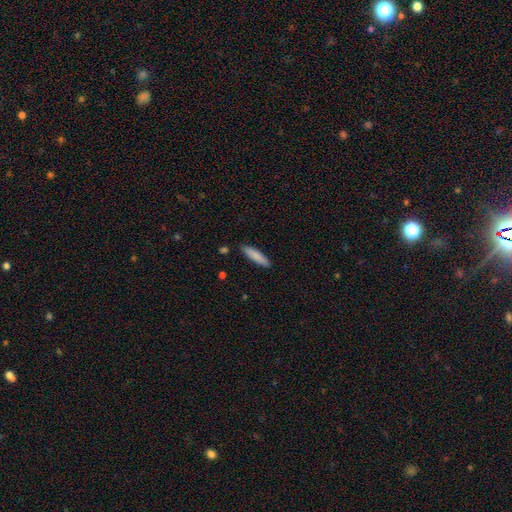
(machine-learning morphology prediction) smooth 85%, featured or disk 10%, star or artifact 6%. Down the decision tree: how rounded — cigar-shaped (77%); merging — none (88%).